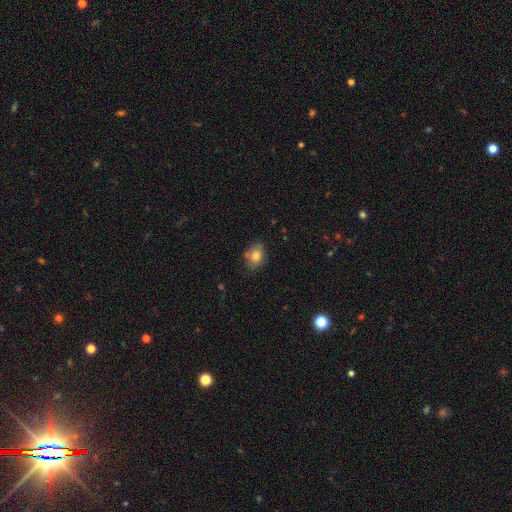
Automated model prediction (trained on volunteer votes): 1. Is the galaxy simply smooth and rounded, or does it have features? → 78% smooth, 13% featured or disk, 9% star or artifact.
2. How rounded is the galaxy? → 68% in between, 30% round, 1% cigar-shaped.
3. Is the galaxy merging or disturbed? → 70% none, 21% minor disturbance, 5% major disturbance, 4% merger.